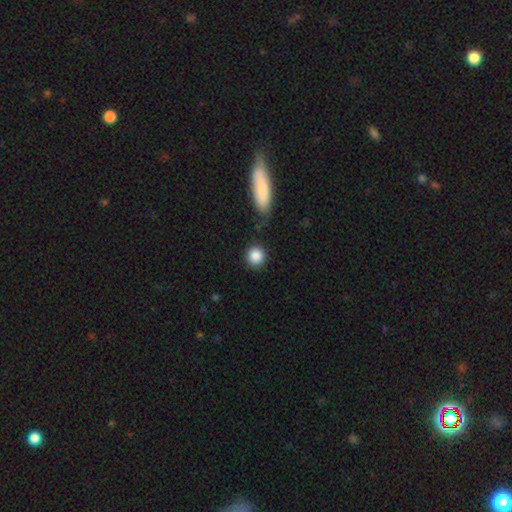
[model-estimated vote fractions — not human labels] Smooth or featured? Predicted: smooth (p=0.88). How rounded? Predicted: round (p=0.91). Merging? Predicted: none (p=0.83).